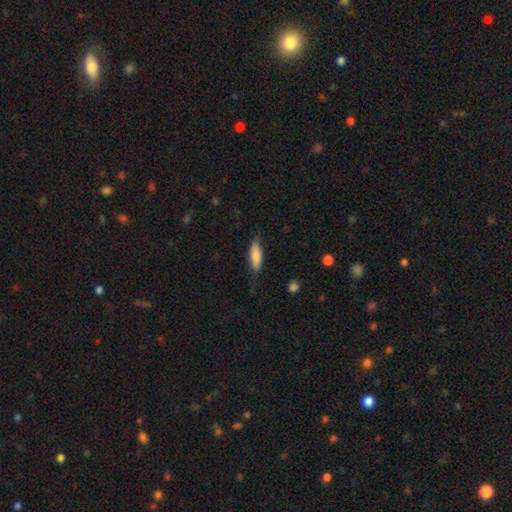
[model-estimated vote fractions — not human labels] A smooth galaxy with no disk features (72%) that is in between round and cigar-shaped (56%).

Vote fractions:
- Smooth or featured? smooth: 72% / featured or disk: 22% / star or artifact: 6%
- How rounded? in between: 56% / cigar-shaped: 42% / round: 2%
- Merging? none: 66% / minor disturbance: 25% / major disturbance: 7% / merger: 2%